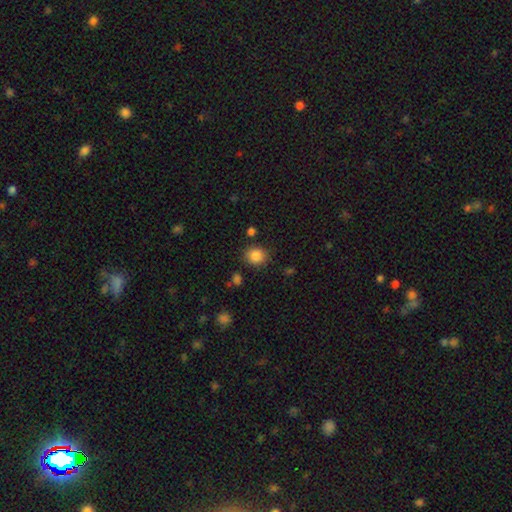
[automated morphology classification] smooth-or-featured: smooth: 86% | star or artifact: 10% | featured or disk: 4%
  how-rounded: round: 75% | in between: 24% | cigar-shaped: 1%
  merging: none: 83% | minor disturbance: 10% | major disturbance: 3% | merger: 3%